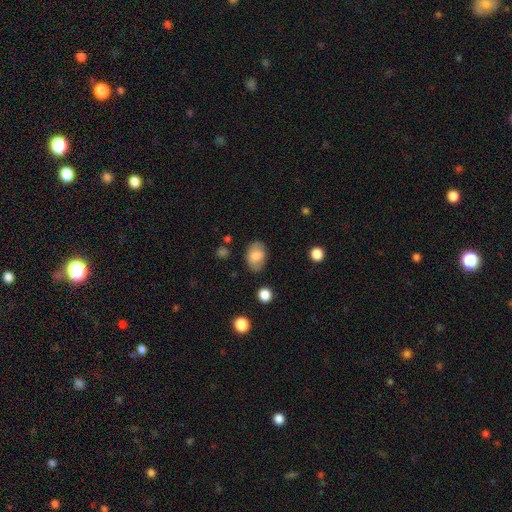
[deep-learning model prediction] Morphology: type=smooth (79%); roundness=in between (84%); merging=none (77%).